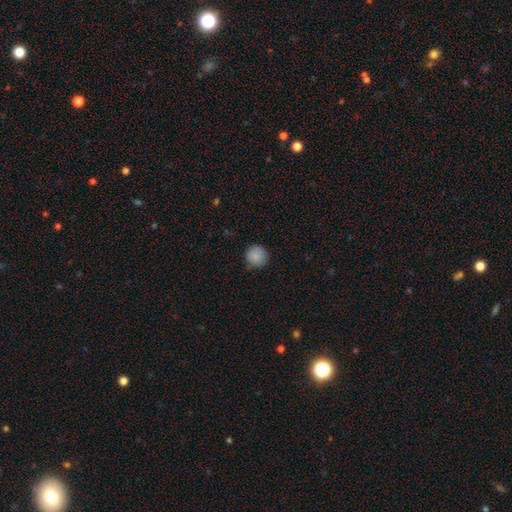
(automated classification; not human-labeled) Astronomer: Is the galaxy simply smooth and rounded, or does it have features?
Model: smooth — 88%.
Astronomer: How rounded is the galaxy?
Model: round — 94%.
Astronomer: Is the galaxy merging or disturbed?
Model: none — 85%.